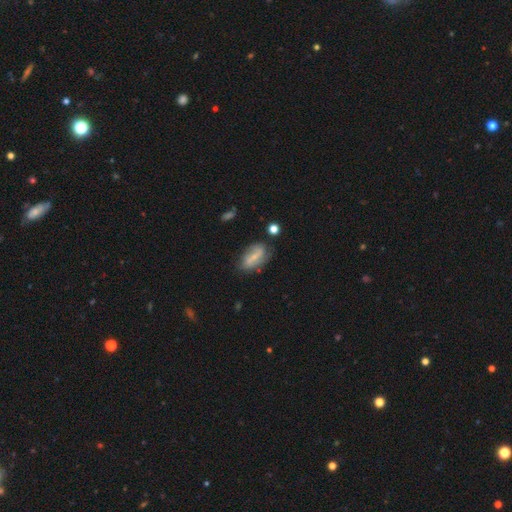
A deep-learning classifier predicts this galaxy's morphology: Smooth or featured? featured or disk (55%)
Edge-on disk? no (91%)
Bar? strong (38%, tied with weak)
Spiral arms? yes (71%)
Bulge size? small (63%)
Merging? none (66%)